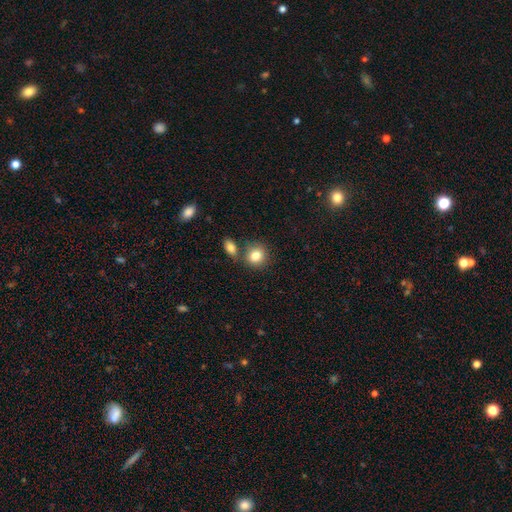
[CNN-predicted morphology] smooth-or-featured: smooth: 82% | featured or disk: 9% | star or artifact: 9%
  how-rounded: round: 72% | in between: 27% | cigar-shaped: 1%
  merging: none: 64% | merger: 22% | minor disturbance: 11% | major disturbance: 3%